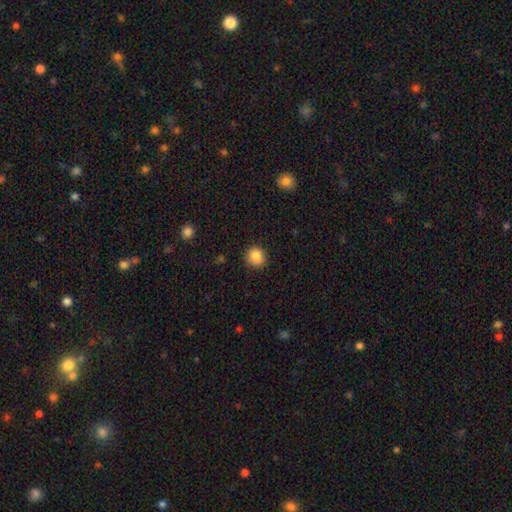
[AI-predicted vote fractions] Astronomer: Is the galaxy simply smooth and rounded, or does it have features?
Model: smooth — 86%.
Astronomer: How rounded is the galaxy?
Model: round — 86%.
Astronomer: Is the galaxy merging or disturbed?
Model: none — 80%.